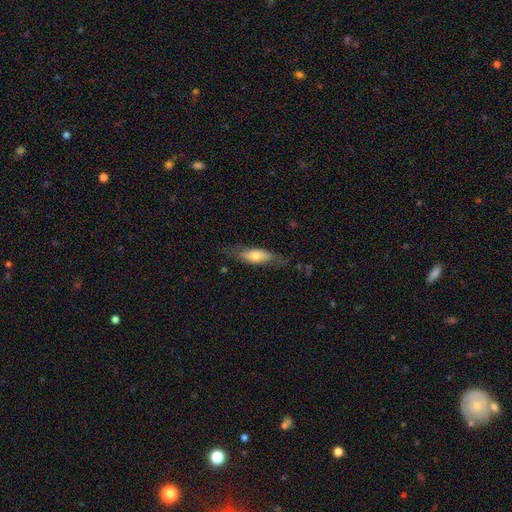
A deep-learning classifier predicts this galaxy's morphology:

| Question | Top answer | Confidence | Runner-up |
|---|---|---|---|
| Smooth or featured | smooth | 59% | featured or disk (35%) |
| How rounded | in between | 55% | cigar-shaped (42%) |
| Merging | none | 69% | minor disturbance (22%) |